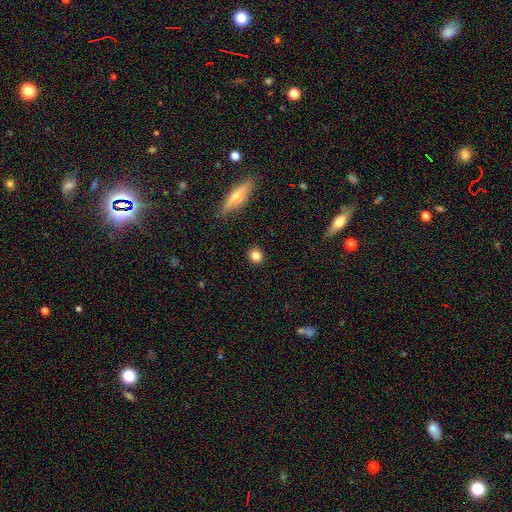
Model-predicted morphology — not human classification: smooth 82%, star or artifact 10%, featured or disk 8%. Down the decision tree: how rounded — round (87%); merging — none (91%).